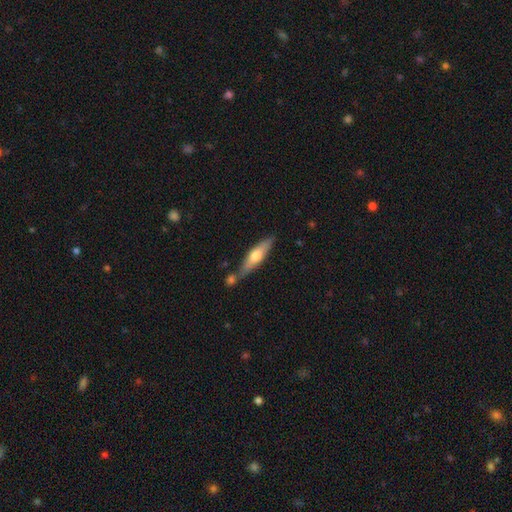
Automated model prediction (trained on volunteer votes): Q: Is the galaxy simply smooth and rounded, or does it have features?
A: smooth — 52%.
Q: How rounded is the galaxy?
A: cigar-shaped — 69%.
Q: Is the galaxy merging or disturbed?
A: none — 54%.